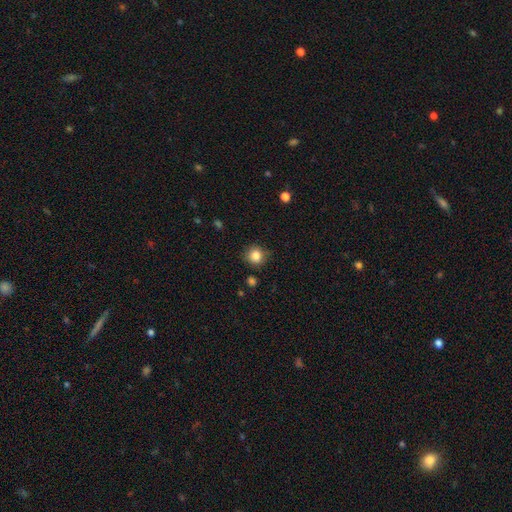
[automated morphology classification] smooth_or_featured: smooth (p=0.84) [alt: star or artifact p=0.10]
how_rounded: round (p=0.86) [alt: in between p=0.13]
merging: none (p=0.81) [alt: minor disturbance p=0.13]